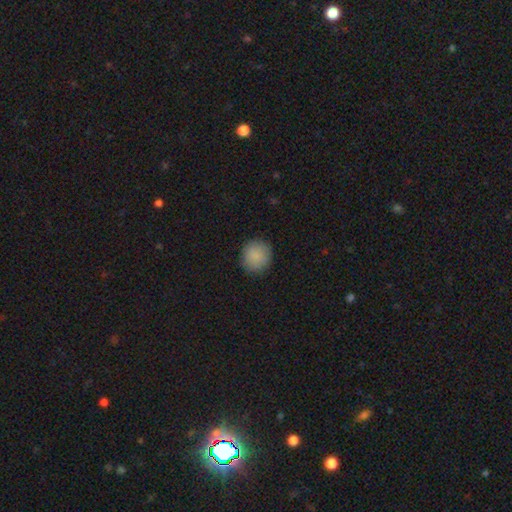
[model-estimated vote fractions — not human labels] A smooth galaxy with no disk features (88%) that is round (87%). Merging: none (88%).